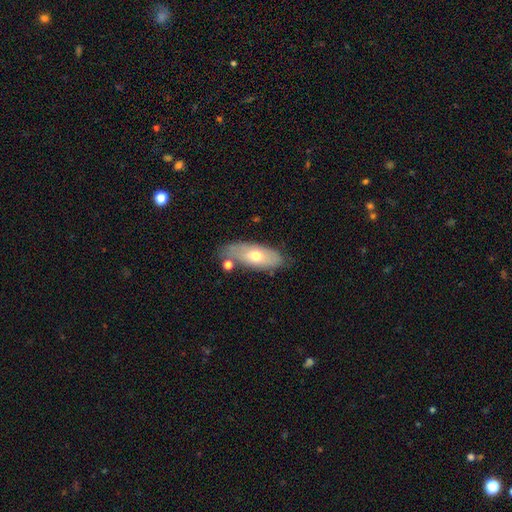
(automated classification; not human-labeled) Smooth or featured? smooth (60%)
How rounded? in between (79%)
Merging? none (68%)